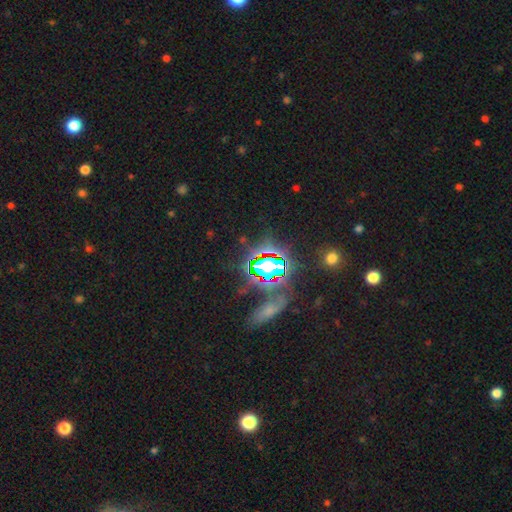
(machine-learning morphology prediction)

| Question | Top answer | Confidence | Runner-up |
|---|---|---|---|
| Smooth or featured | star or artifact | 77% | smooth (13%) |